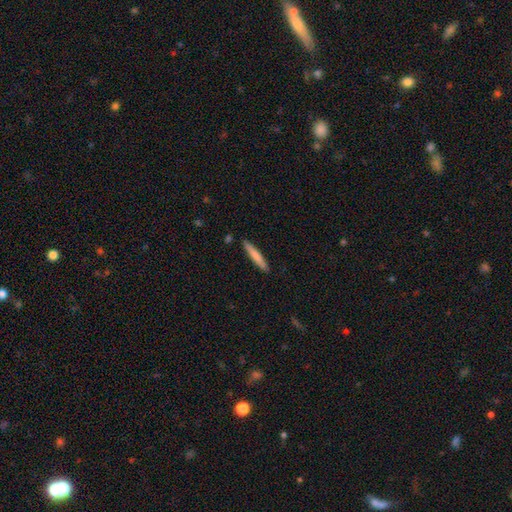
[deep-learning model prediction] smooth-or-featured: smooth: 75% | featured or disk: 20% | star or artifact: 5%
  how-rounded: cigar-shaped: 94% | in between: 5% | round: 1%
  merging: none: 88% | minor disturbance: 8% | merger: 2% | major disturbance: 2%